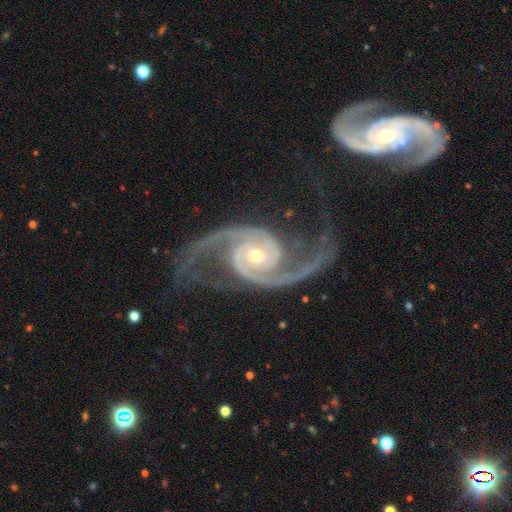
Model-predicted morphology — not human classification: Smooth or featured? featured or disk (94%)
Edge-on disk? no (98%)
Bar? no (66%)
Spiral arms? yes (99%)
Spiral winding? medium (55%)
Spiral arm count? 2 (94%)
Bulge size? small (59%)
Merging? none (71%)